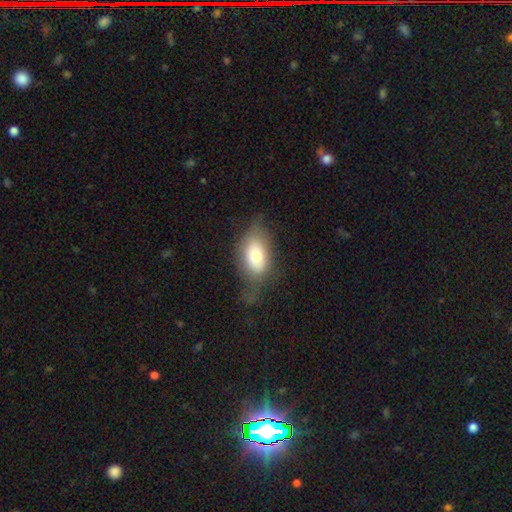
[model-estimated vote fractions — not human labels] The model was most divided on "merging": none: 49%, minor disturbance: 31%, major disturbance: 18%, merger: 2%. More confident: how rounded — in between (87%); smooth or featured — smooth (71%).